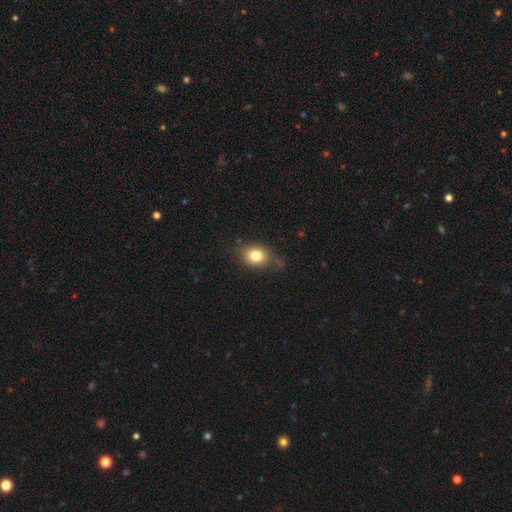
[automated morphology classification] smooth 81%, star or artifact 10%, featured or disk 9%. Down the decision tree: how rounded — round (56%); merging — none (75%).